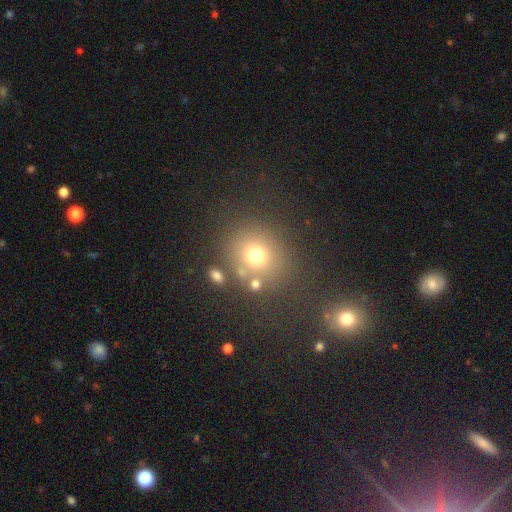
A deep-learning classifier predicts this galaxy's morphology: smooth_or_featured: smooth (p=0.69) [alt: star or artifact p=0.19]
how_rounded: round (p=0.81) [alt: in between p=0.18]
merging: none (p=0.73) [alt: minor disturbance p=0.11]